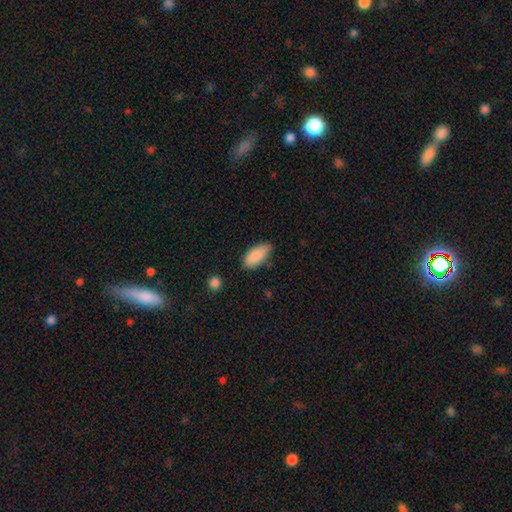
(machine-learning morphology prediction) The model was most divided on "merging": none: 68%, minor disturbance: 26%, major disturbance: 4%, merger: 2%. More confident: how rounded — in between (91%); smooth or featured — smooth (88%).